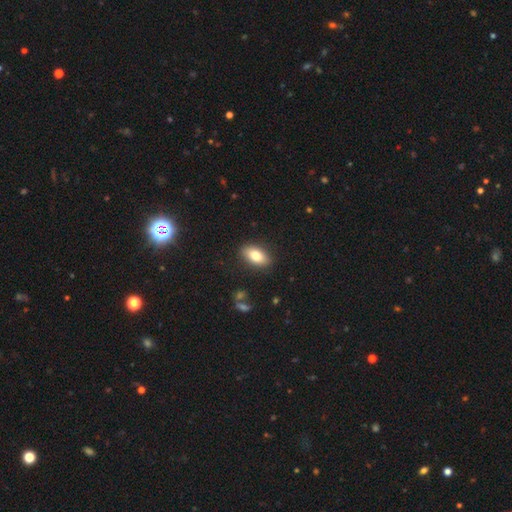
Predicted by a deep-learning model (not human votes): Smooth or featured?
  - smooth: 79% *
  - featured or disk: 13%
  - star or artifact: 7%
How rounded?
  - in between: 90% *
  - round: 5%
  - cigar-shaped: 5%
Merging?
  - none: 88% *
  - minor disturbance: 9%
  - major disturbance: 2%
  - merger: 1%